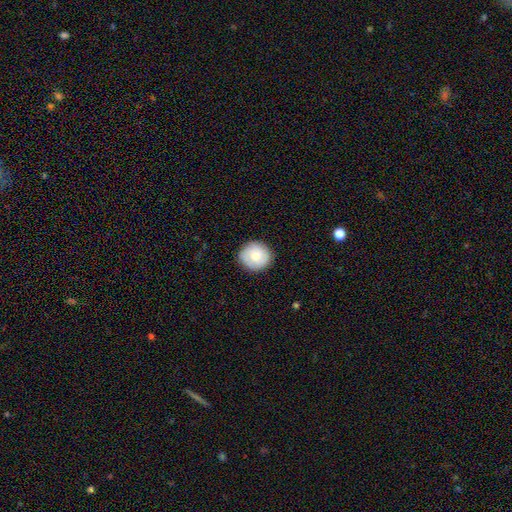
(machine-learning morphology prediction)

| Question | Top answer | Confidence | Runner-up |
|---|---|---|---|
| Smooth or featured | smooth | 73% | featured or disk (20%) |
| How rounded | round | 90% | in between (9%) |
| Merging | none | 87% | minor disturbance (10%) |